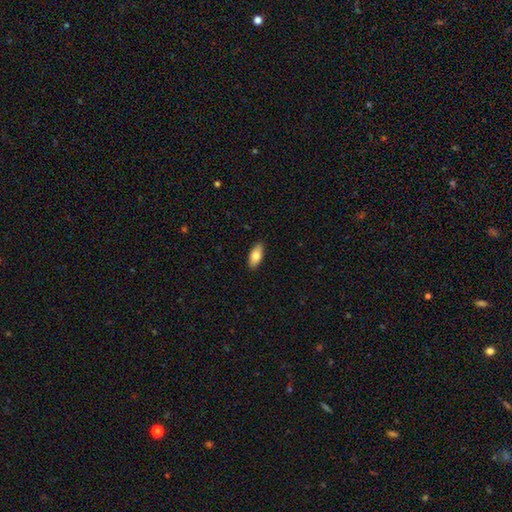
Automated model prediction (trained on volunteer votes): Smooth or featured: smooth — 80% (featured or disk — 14%)
How rounded: in between — 85% (cigar-shaped — 13%)
Merging: none — 88% (minor disturbance — 9%)